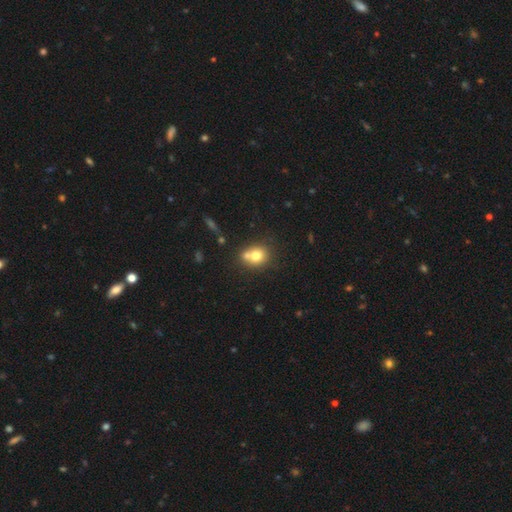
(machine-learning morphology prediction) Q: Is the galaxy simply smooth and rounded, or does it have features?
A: smooth — 73%.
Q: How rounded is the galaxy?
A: round — 72%.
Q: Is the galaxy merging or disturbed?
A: none — 48%.